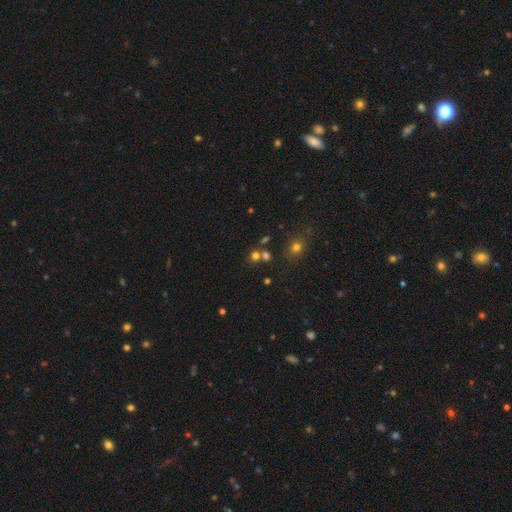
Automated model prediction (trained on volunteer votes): Q: Smooth or featured?
A: smooth (65%); runner-up: star or artifact (25%)
Q: How rounded?
A: round (81%); runner-up: in between (18%)
Q: Merging?
A: none (60%); runner-up: merger (28%)